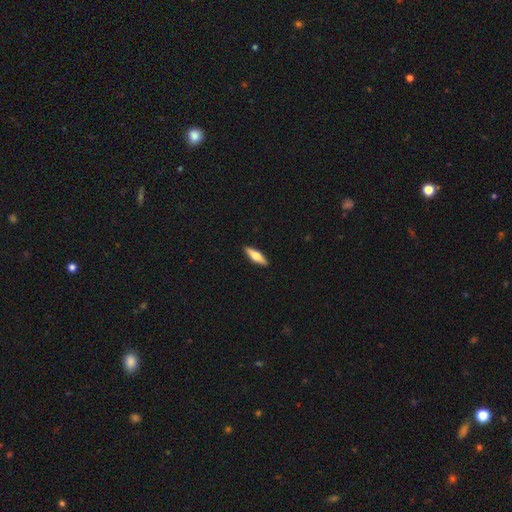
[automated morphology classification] Overall: featured or disk (48%; smooth 47%). Merging: none (91%).